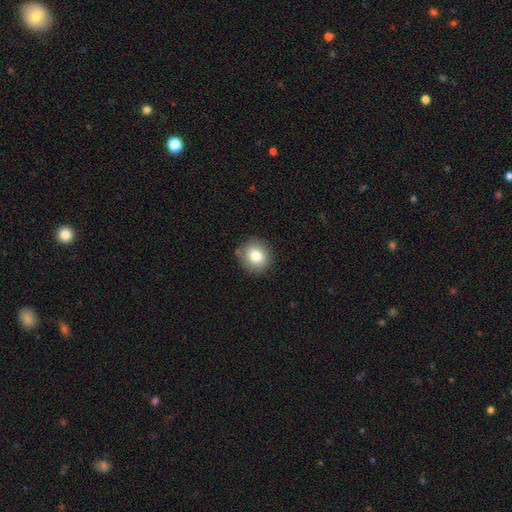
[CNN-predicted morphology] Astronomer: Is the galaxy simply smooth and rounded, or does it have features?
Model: smooth — 80%.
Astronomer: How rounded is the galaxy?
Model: round — 86%.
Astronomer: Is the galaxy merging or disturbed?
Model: none — 84%.